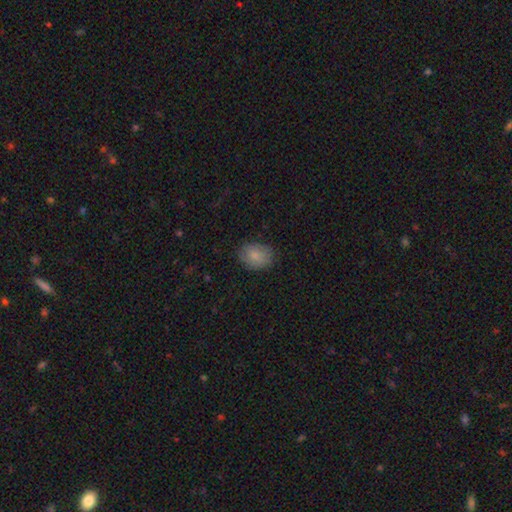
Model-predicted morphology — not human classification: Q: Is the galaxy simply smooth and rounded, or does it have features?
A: smooth — 86%.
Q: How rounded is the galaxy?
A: in between — 61%.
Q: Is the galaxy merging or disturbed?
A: none — 83%.